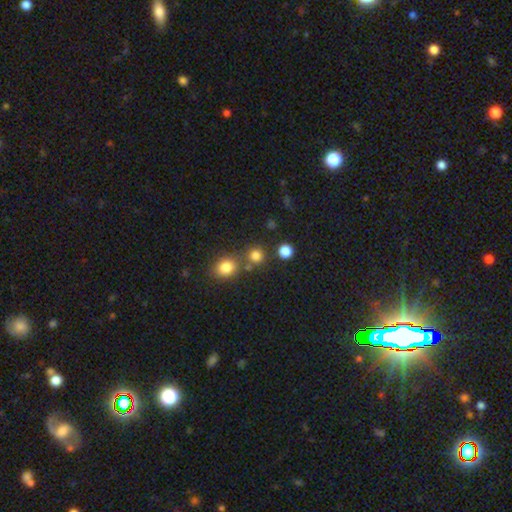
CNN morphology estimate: smooth_or_featured: smooth (p=0.79) [alt: star or artifact p=0.15]
how_rounded: round (p=0.88) [alt: in between p=0.11]
merging: none (p=0.68) [alt: merger p=0.21]